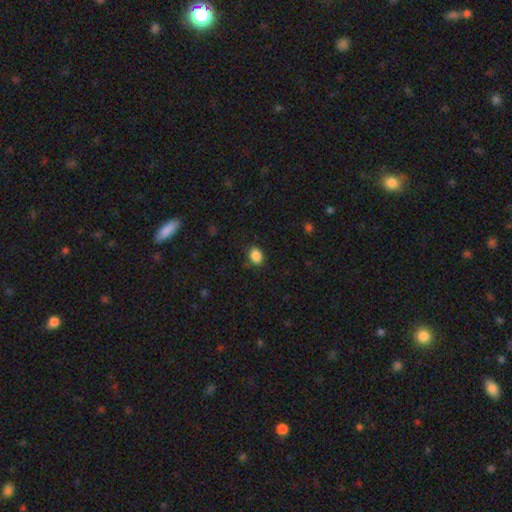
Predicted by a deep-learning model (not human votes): A smooth galaxy with no disk features (87%) that is in between round and cigar-shaped (60%). Merging: none (85%).